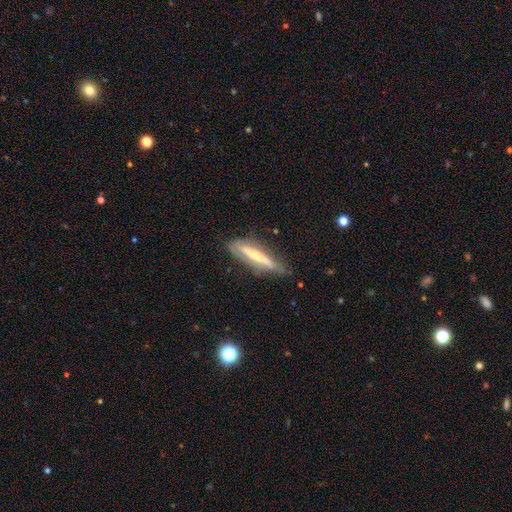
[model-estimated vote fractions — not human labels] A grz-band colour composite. It shows a featured or disk galaxy (64%) viewed edge-on (72%). Merging: none (67%).